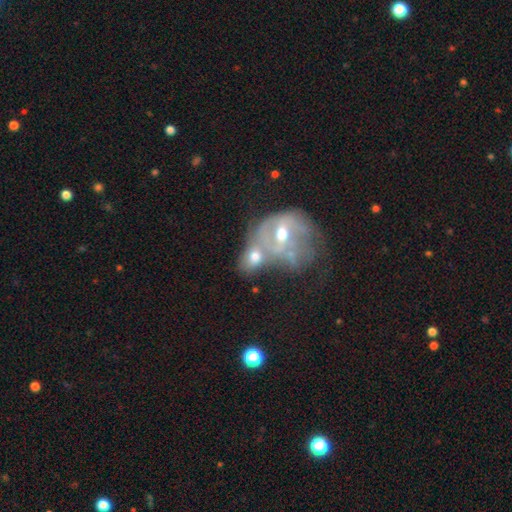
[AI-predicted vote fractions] Smooth or featured? featured or disk (54%)
Edge-on disk? no (95%)
Bar? no (48%)
Spiral arms? yes (51%)
Bulge size? moderate (70%)
Merging? merger (62%)